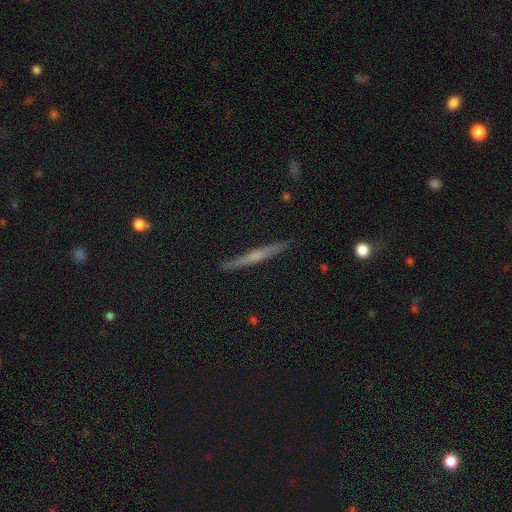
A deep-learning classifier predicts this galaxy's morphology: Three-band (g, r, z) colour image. It shows a featured or disk galaxy (64%) viewed edge-on (98%) with a rounded central bulge (54%). Merging: none (91%).